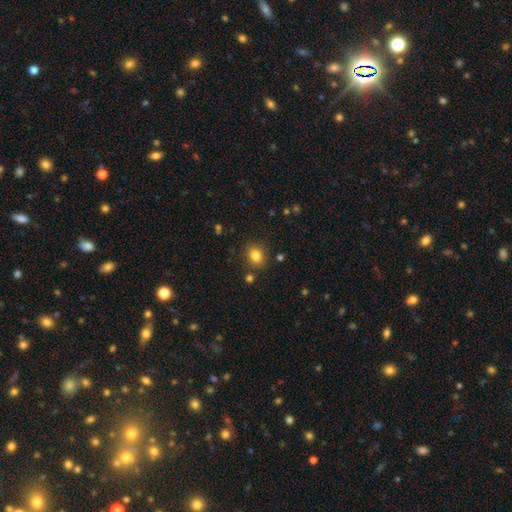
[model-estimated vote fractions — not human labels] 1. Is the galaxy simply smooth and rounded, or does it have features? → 82% smooth, 12% star or artifact, 6% featured or disk.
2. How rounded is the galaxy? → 58% round, 41% in between, 1% cigar-shaped.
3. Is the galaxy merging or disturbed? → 83% none, 10% minor disturbance, 4% merger, 3% major disturbance.